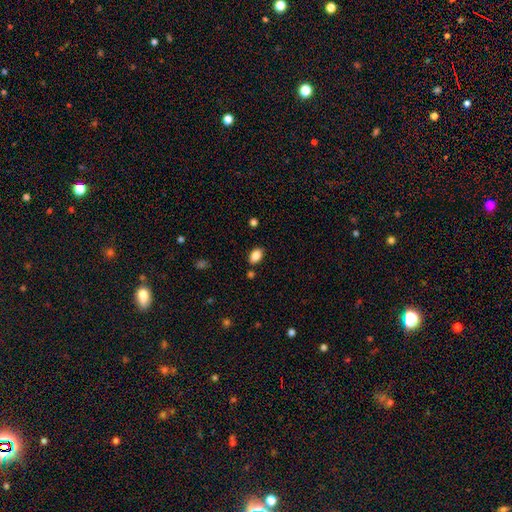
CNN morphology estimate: smooth 86%, star or artifact 9%, featured or disk 5%. Down the decision tree: how rounded — in between (89%); merging — none (84%).